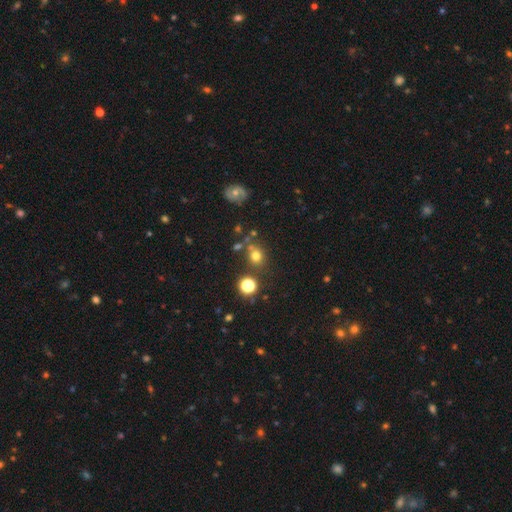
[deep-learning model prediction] Overall: smooth (70%). How rounded: round (69%; in between 30%). Merging: none (68%).